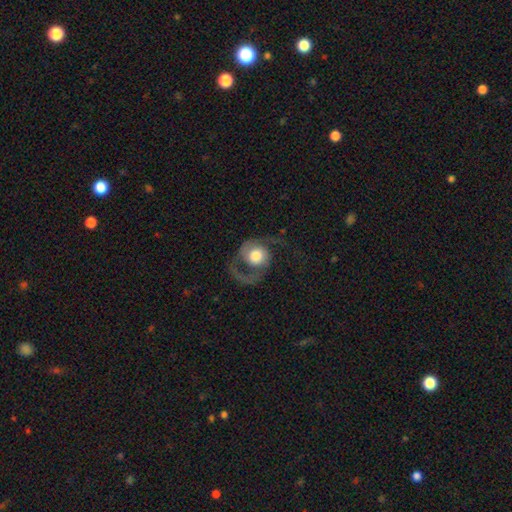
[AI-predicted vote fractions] Overall: featured or disk (63%; smooth 30%). Edge-on disk: no (97%). Bar: no (78%). Spiral arms: yes (80%). Bulge size: large (45%; moderate 36%). Merging: major disturbance (44%; none 38%).